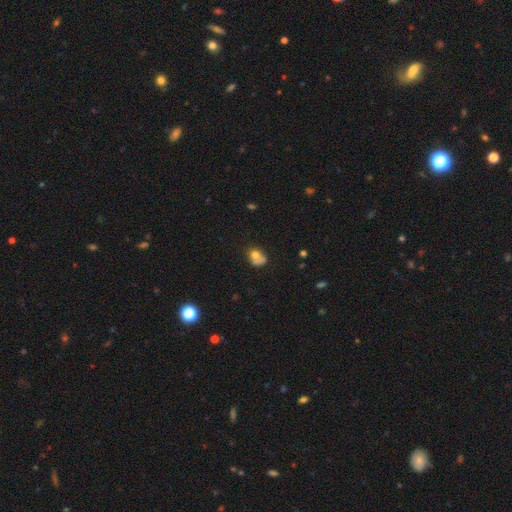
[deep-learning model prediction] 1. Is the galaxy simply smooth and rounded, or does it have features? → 66% smooth, 23% featured or disk, 12% star or artifact.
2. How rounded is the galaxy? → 52% in between, 47% round, 1% cigar-shaped.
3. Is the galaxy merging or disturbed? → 35% none, 24% merger, 22% minor disturbance, 19% major disturbance.